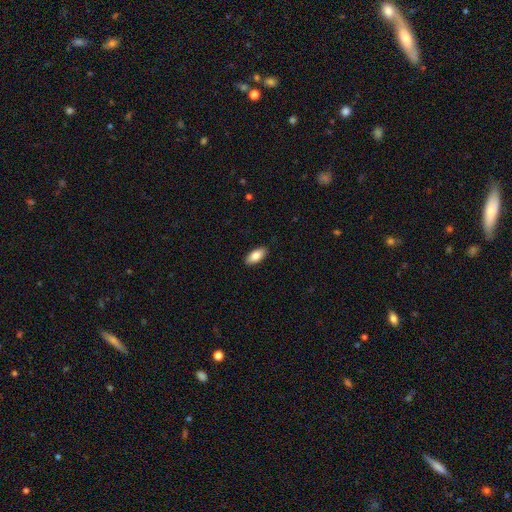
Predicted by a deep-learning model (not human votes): Smooth or featured? smooth (83%)
How rounded? in between (89%)
Merging? none (90%)